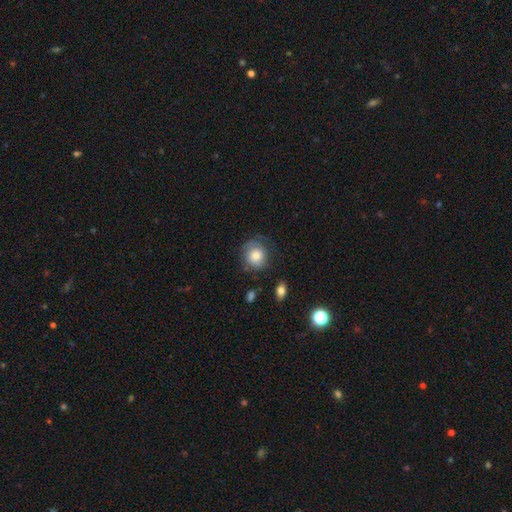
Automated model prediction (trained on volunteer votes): Q: Smooth or featured?
A: smooth (70%); runner-up: featured or disk (22%)
Q: How rounded?
A: round (83%); runner-up: in between (16%)
Q: Merging?
A: none (65%); runner-up: minor disturbance (23%)